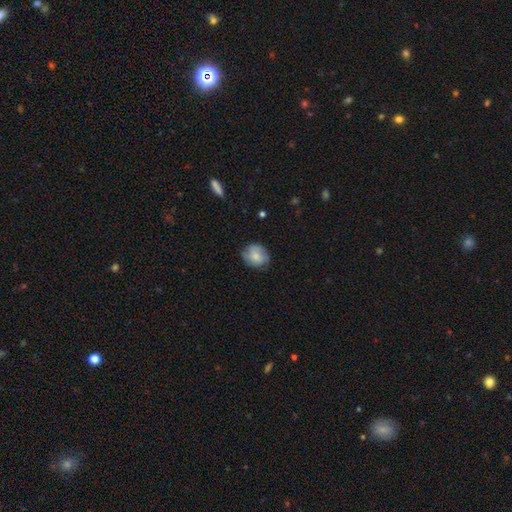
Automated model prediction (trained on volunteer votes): Q: Smooth or featured?
A: smooth (70%); runner-up: featured or disk (23%)
Q: How rounded?
A: round (69%); runner-up: in between (30%)
Q: Merging?
A: none (74%); runner-up: minor disturbance (20%)